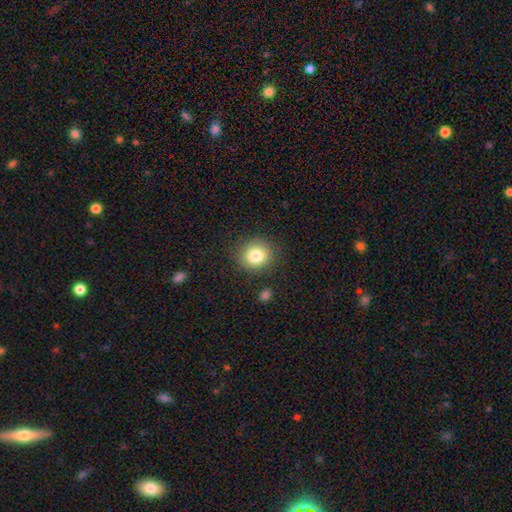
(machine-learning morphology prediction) smooth_or_featured: smooth (p=0.81) [alt: star or artifact p=0.11]
how_rounded: round (p=0.86) [alt: in between p=0.13]
merging: none (p=0.86) [alt: minor disturbance p=0.08]